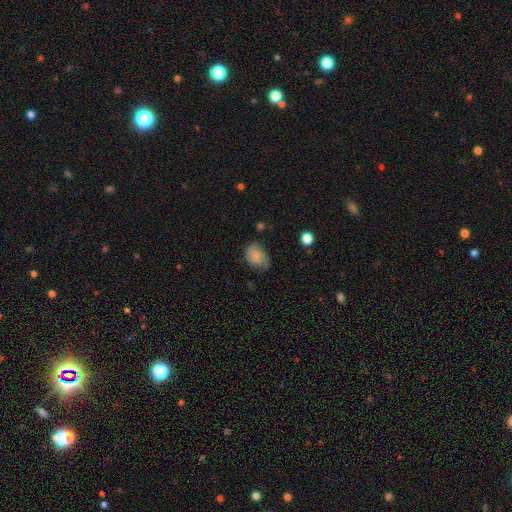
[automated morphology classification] The model was most divided on "merging": none: 51%, minor disturbance: 34%, major disturbance: 12%, merger: 3%. More confident: smooth or featured — smooth (76%); how rounded — in between (65%).